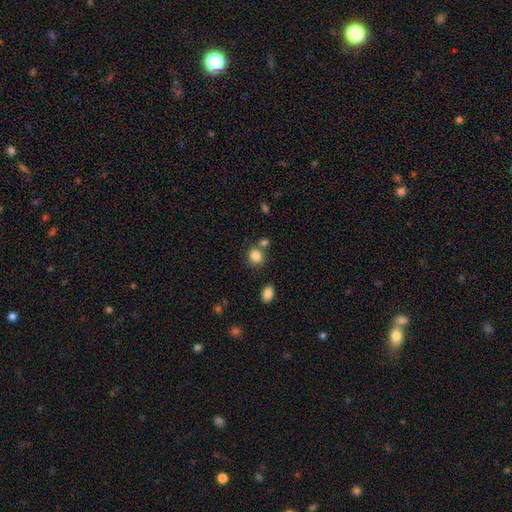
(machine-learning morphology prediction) smooth_or_featured: smooth (p=0.85) [alt: star or artifact p=0.10]
how_rounded: round (p=0.77) [alt: in between p=0.23]
merging: none (p=0.68) [alt: merger p=0.17]